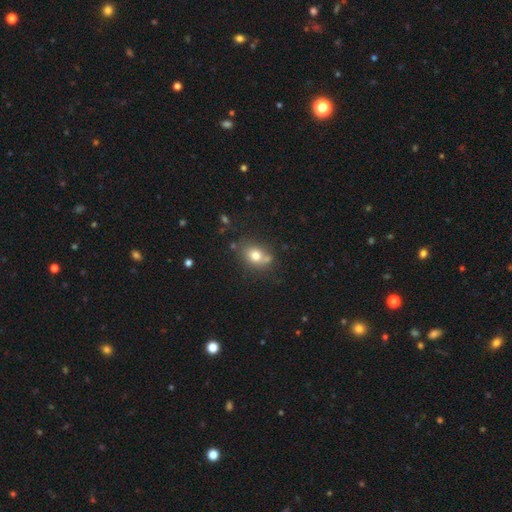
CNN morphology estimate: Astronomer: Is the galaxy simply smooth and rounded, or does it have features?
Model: smooth — 75%.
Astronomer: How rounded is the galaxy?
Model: in between — 60% (runner-up: round, 39%).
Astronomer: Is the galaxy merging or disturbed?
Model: none — 59%.